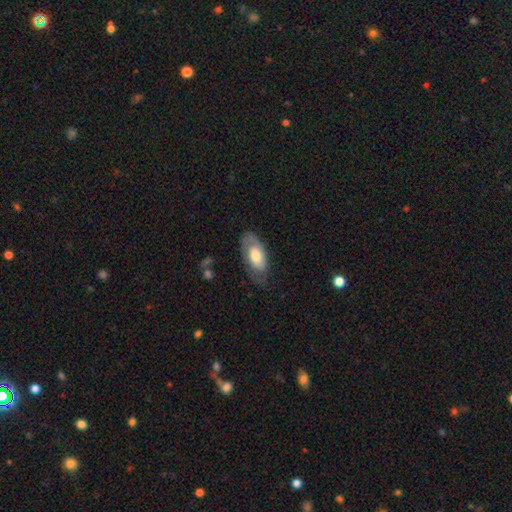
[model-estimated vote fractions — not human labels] Smooth or featured?
  - smooth: 53% *
  - featured or disk: 42%
  - star or artifact: 6%
How rounded?
  - in between: 90% *
  - cigar-shaped: 6%
  - round: 3%
Merging?
  - none: 61% *
  - minor disturbance: 26%
  - major disturbance: 12%
  - merger: 1%